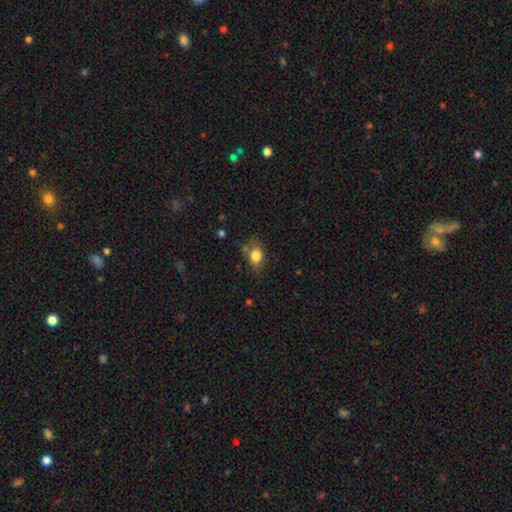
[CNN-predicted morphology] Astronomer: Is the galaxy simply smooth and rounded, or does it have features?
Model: smooth — 82%.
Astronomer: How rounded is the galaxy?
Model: in between — 74%.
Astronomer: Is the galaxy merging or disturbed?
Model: none — 67%.